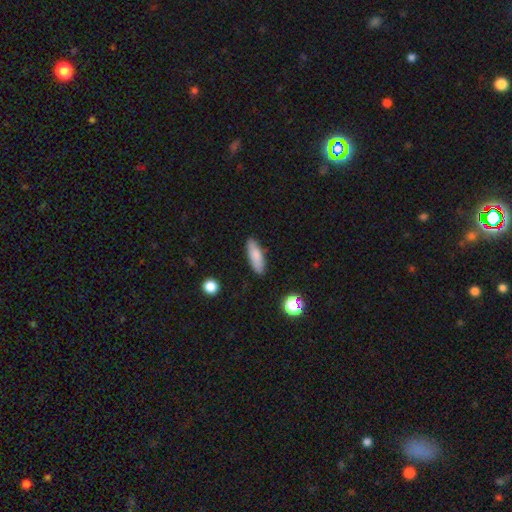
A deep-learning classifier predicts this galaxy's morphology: smooth-or-featured: smooth: 82% | featured or disk: 11% | star or artifact: 7%
  how-rounded: in between: 58% | cigar-shaped: 39% | round: 2%
  merging: none: 85% | minor disturbance: 11% | major disturbance: 2% | merger: 2%